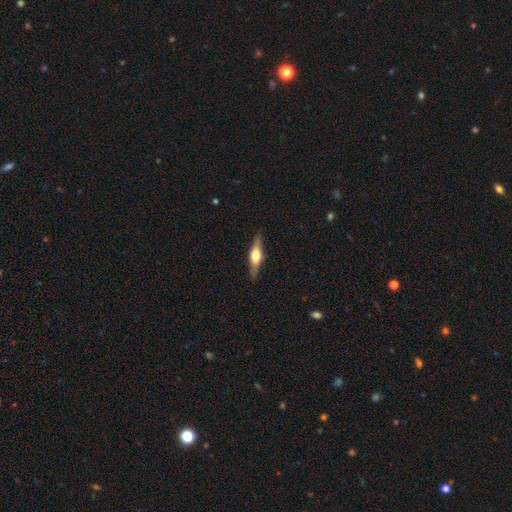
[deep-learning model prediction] This is likely a featured or disk galaxy (63%). It is clearly viewed edge-on (96%). Edge-on bulge: clearly rounded (92%). Merging: clearly none (88%).